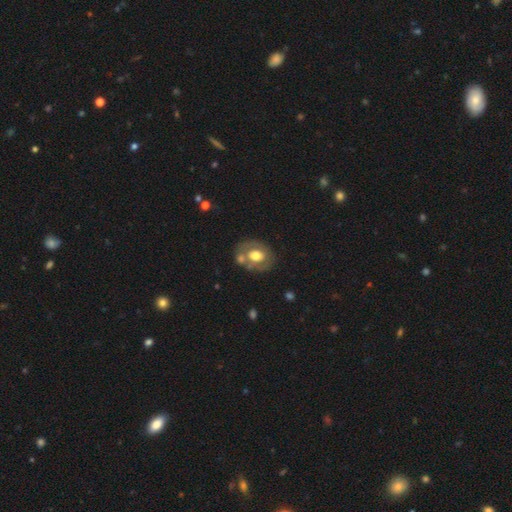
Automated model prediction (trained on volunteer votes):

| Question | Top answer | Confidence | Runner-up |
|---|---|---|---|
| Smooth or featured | smooth | 48% | featured or disk (45%) |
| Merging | none | 59% | merger (17%) |